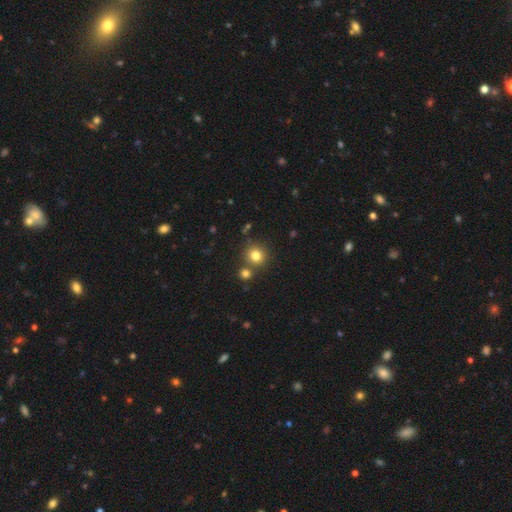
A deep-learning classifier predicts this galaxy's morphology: Smooth or featured: smooth — 79% (star or artifact — 14%)
How rounded: round — 91% (in between — 8%)
Merging: none — 74% (merger — 16%)